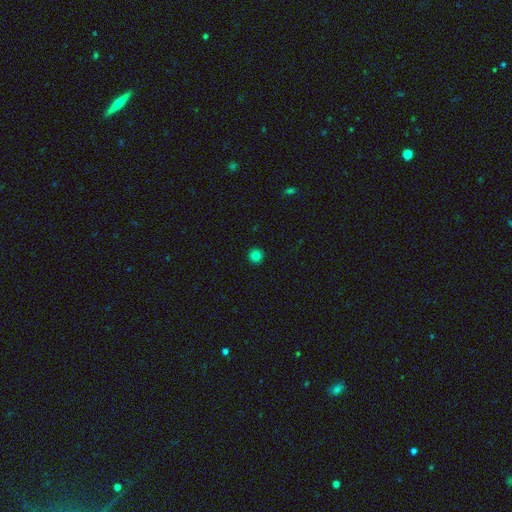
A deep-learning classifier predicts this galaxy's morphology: This is clearly a smooth galaxy (83%). How rounded: clearly round (96%). Merging: clearly none (93%).